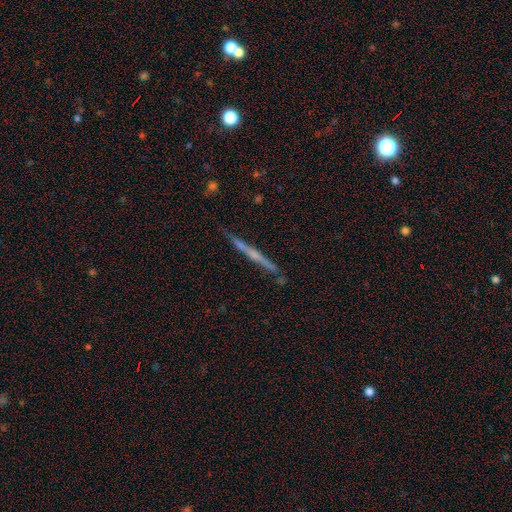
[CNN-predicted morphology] A featured or disk galaxy (65%) viewed edge-on (98%) with no central bulge (53%). Merging: none (84%).